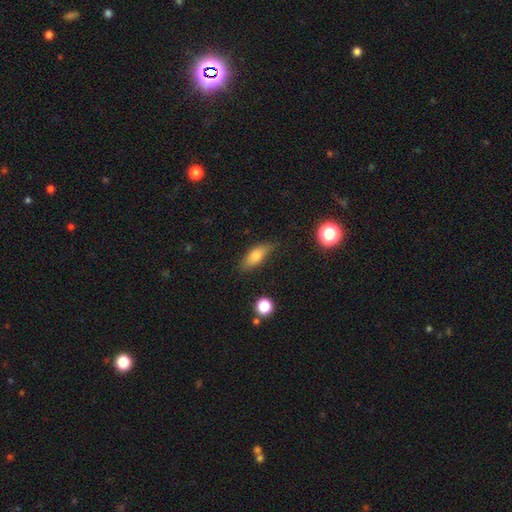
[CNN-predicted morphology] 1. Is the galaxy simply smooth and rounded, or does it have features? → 75% smooth, 16% featured or disk, 9% star or artifact.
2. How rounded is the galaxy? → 70% in between, 26% cigar-shaped, 4% round.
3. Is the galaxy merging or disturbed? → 76% none, 18% minor disturbance, 4% major disturbance, 2% merger.